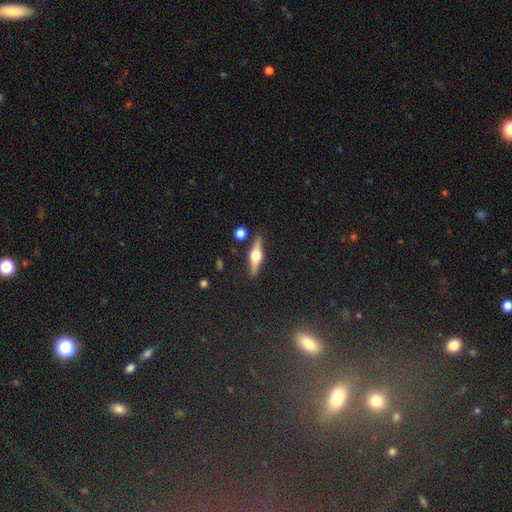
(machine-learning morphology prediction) smooth_or_featured: featured or disk (p=0.72) [alt: smooth p=0.21]
disk_edge_on: yes (p=0.96) [alt: no p=0.04]
edge_on_bulge: rounded (p=0.96) [alt: boxy p=0.03]
merging: none (p=0.88) [alt: minor disturbance p=0.08]